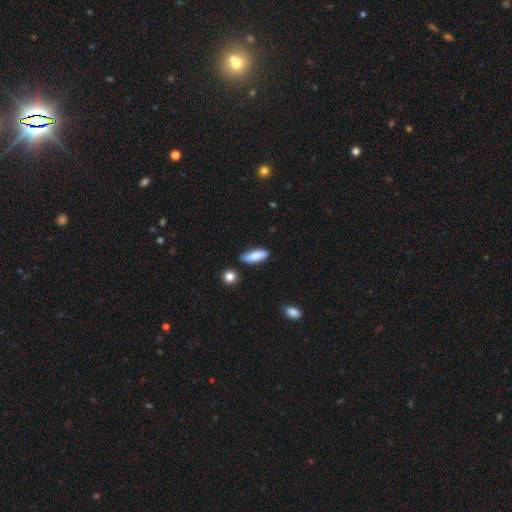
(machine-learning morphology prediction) This appears to be a smooth galaxy with no disk features (82%) that is in between round and cigar-shaped (54%). Merging: none (76%).